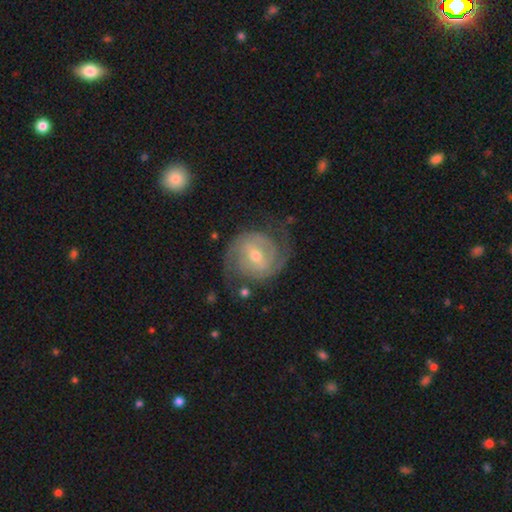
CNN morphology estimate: Overall: featured or disk (86%). Edge-on disk: no (97%). Bar: weak (50%; strong 27%). Spiral arms: yes (95%). Spiral arm count: 2 (83%). Spiral winding: tight (48%; medium 41%). Bulge size: moderate (52%; small 44%). Merging: none (74%).